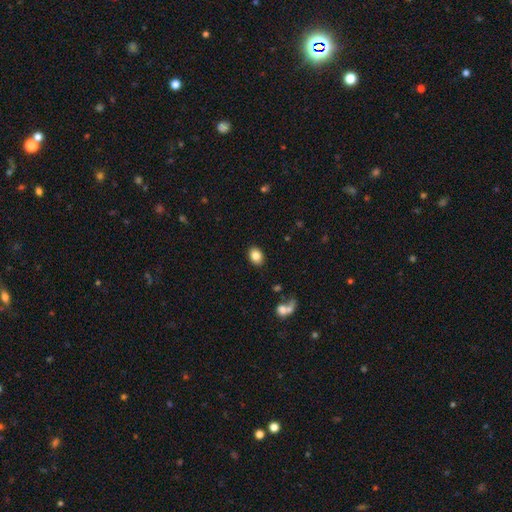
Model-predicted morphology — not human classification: Smooth or featured: smooth — 84% (star or artifact — 9%)
How rounded: in between — 68% (round — 31%)
Merging: none — 89% (minor disturbance — 8%)